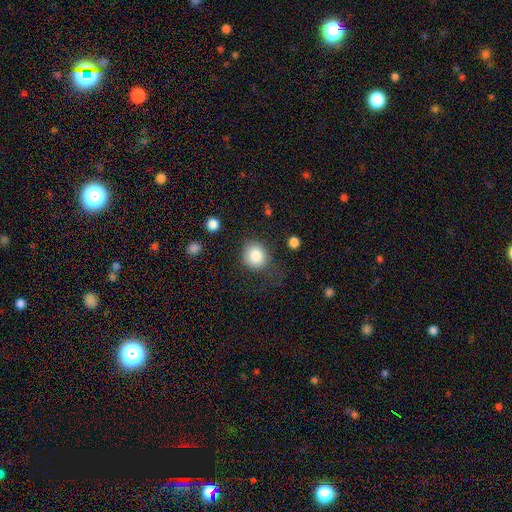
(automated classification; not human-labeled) Smooth or featured? Predicted: smooth (p=0.84). How rounded? Predicted: round (p=0.77). Merging? Predicted: none (p=0.69).